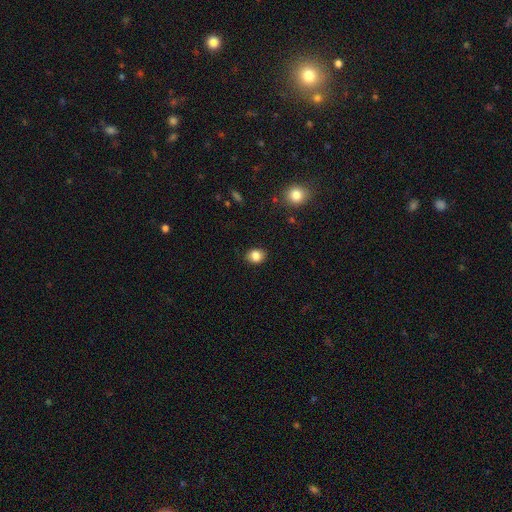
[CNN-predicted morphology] Smooth or featured: smooth — 84% (star or artifact — 10%)
How rounded: round — 50% (in between — 49%)
Merging: none — 87% (minor disturbance — 9%)